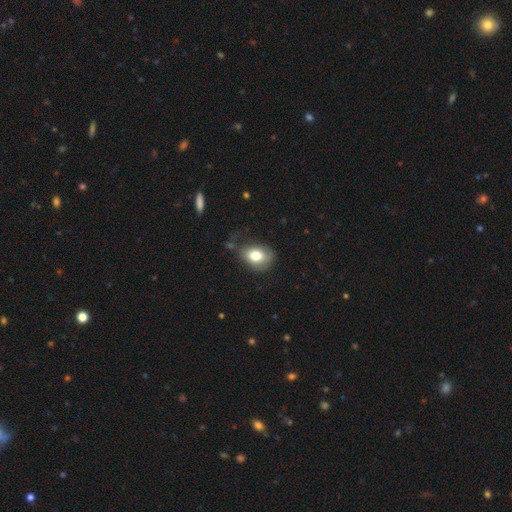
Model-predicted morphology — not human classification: type=smooth (76%); roundness=in between (71%); merging=none (62%).